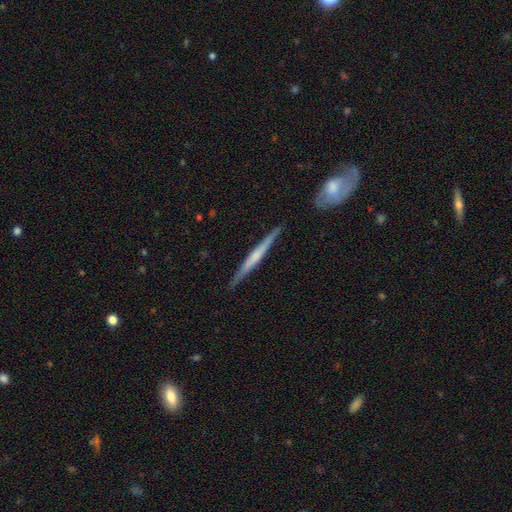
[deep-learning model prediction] Smooth or featured? featured or disk (62%)
Edge-on disk? yes (97%)
Edge-on bulge? none (51%)
Merging? none (89%)